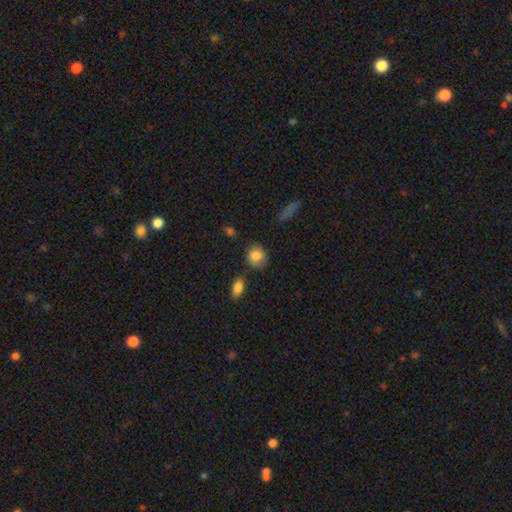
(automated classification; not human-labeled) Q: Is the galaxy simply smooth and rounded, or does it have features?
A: smooth — 84%.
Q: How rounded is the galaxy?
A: round — 67%.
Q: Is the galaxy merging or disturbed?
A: none — 74%.